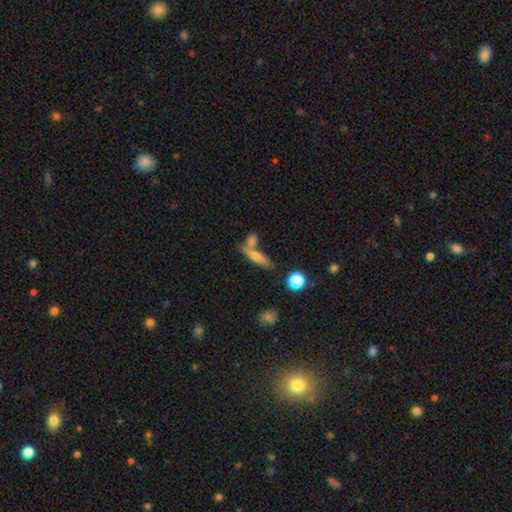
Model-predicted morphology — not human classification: Q: Smooth or featured?
A: smooth (55%); runner-up: featured or disk (35%)
Q: How rounded?
A: cigar-shaped (75%); runner-up: in between (21%)
Q: Merging?
A: none (56%); runner-up: merger (27%)